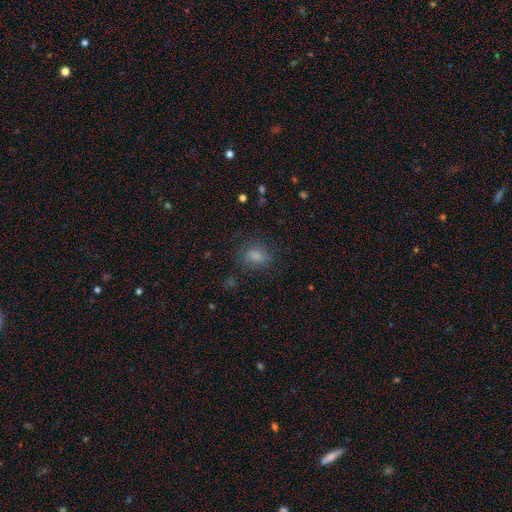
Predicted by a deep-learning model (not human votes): A smooth galaxy with no disk features (75%) that is in between round and cigar-shaped (57%). Merging: none (67%).